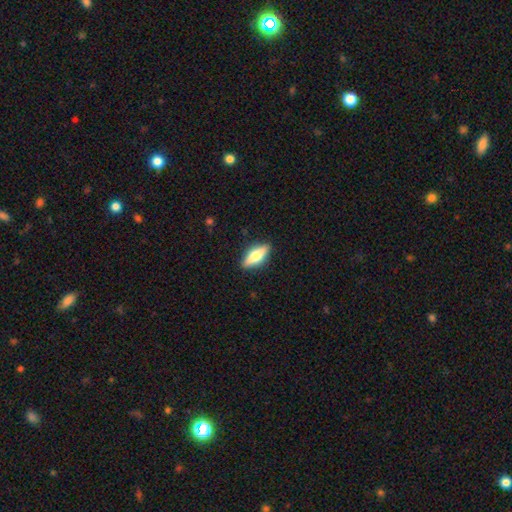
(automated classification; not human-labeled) The model was most divided on "smooth or featured": smooth: 53%, featured or disk: 41%, star or artifact: 6%. More confident: merging — none (88%); how rounded — in between (58%).